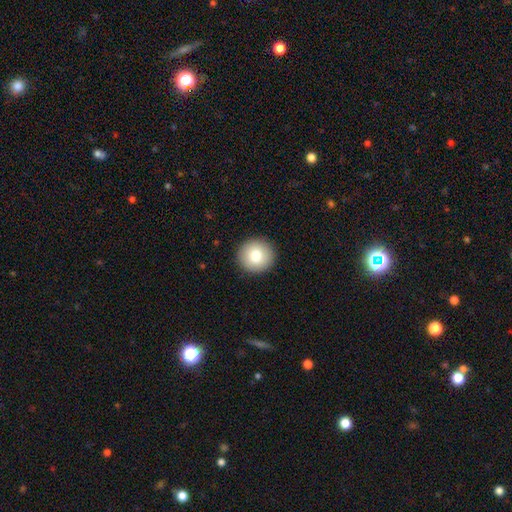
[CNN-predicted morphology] The model was most divided on "smooth or featured": smooth: 80%, featured or disk: 11%, star or artifact: 9%. More confident: how rounded — round (93%); merging — none (92%).